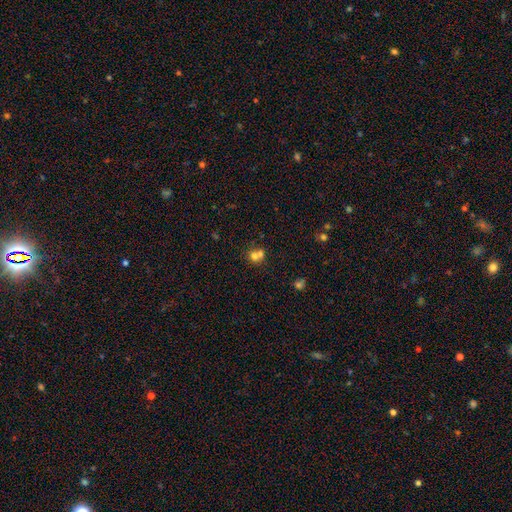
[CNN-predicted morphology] A smooth galaxy with no disk features (68%) that is round (80%).

Vote fractions:
- Smooth or featured? smooth: 68% / featured or disk: 16% / star or artifact: 16%
- How rounded? round: 80% / in between: 19% / cigar-shaped: 1%
- Merging? merger: 56% / none: 35% / minor disturbance: 6% / major disturbance: 3%